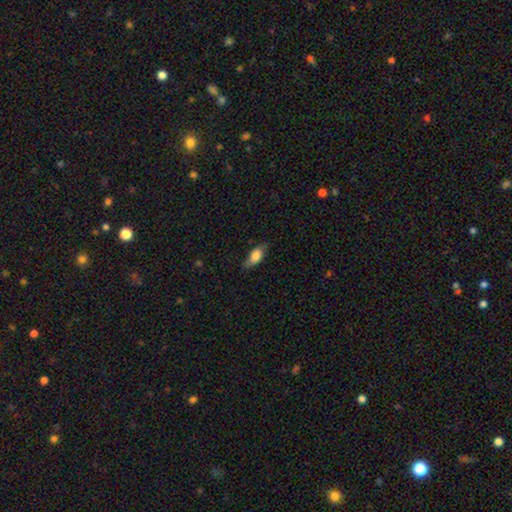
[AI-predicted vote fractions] The model was most divided on "merging": none: 66%, minor disturbance: 26%, major disturbance: 7%, merger: 1%. More confident: how rounded — in between (81%); smooth or featured — smooth (73%).